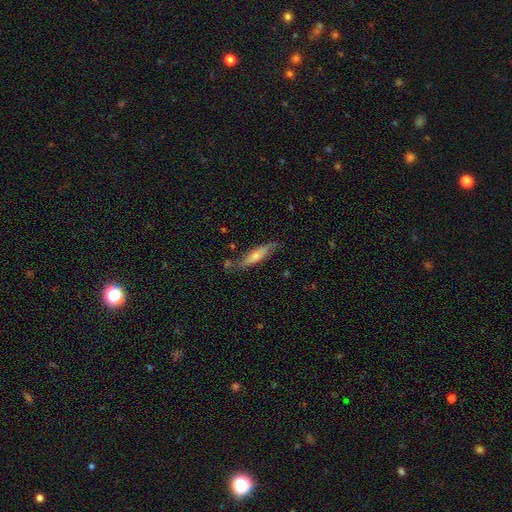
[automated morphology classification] Smooth or featured?
  - featured or disk: 49% *
  - smooth: 44%
  - star or artifact: 7%
Merging?
  - none: 71% *
  - minor disturbance: 20%
  - major disturbance: 4%
  - merger: 4%